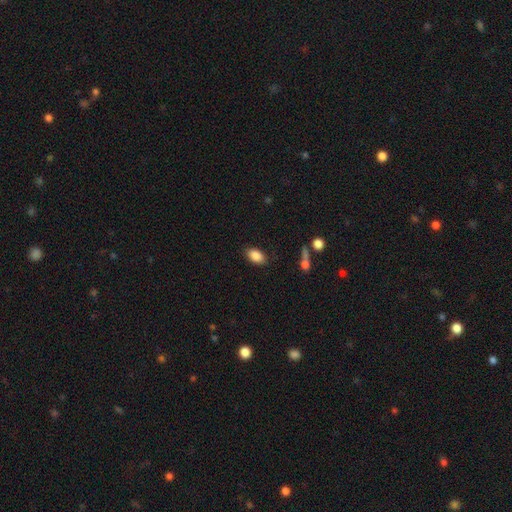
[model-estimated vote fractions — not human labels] smooth_or_featured: smooth (p=0.87) [alt: star or artifact p=0.08]
how_rounded: in between (p=0.91) [alt: round p=0.07]
merging: none (p=0.85) [alt: minor disturbance p=0.11]